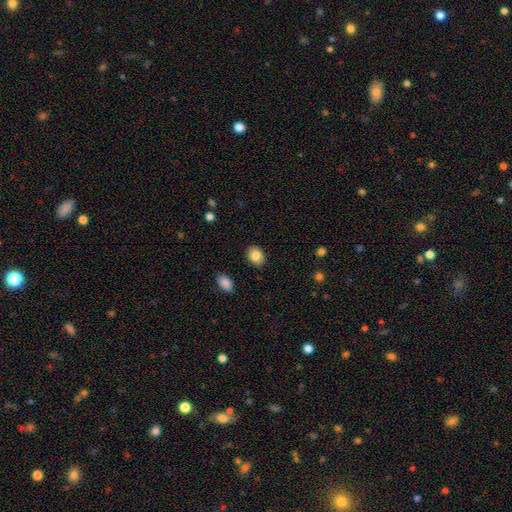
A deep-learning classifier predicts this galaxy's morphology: Smooth or featured: smooth — 85% (star or artifact — 8%)
How rounded: in between — 66% (round — 33%)
Merging: none — 88% (minor disturbance — 8%)